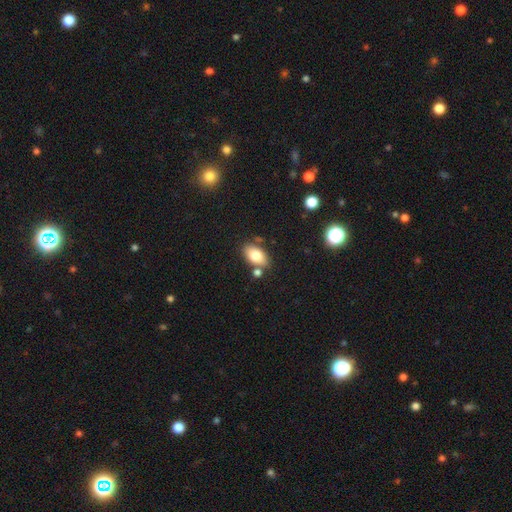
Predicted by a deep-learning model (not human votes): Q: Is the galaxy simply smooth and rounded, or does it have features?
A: smooth — 78%.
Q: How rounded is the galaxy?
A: in between — 89%.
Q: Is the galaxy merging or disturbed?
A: none — 72%.